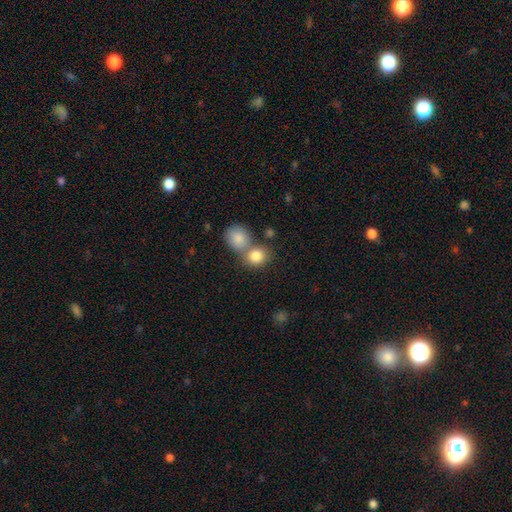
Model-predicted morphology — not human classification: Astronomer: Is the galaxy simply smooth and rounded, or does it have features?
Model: smooth — 84%.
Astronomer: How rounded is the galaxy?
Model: round — 75%.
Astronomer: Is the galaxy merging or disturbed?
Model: merger — 48% (runner-up: none, 42%).